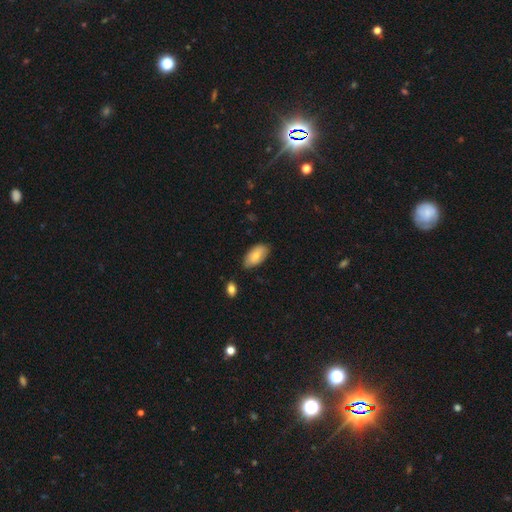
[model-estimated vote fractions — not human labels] smooth_or_featured: smooth (p=0.72) [alt: featured or disk p=0.21]
how_rounded: in between (p=0.94) [alt: round p=0.04]
merging: none (p=0.72) [alt: minor disturbance p=0.22]